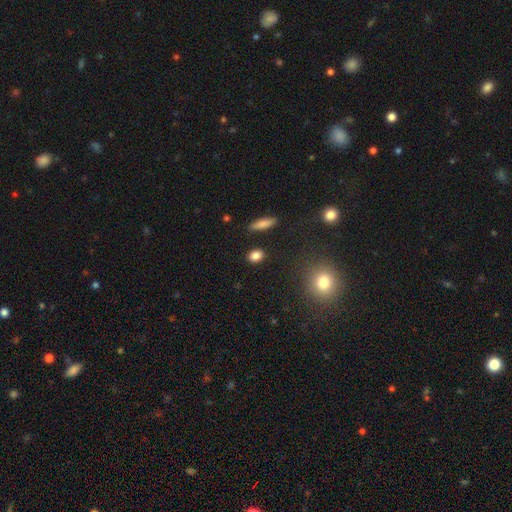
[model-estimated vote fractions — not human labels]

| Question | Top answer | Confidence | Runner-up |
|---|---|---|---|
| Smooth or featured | smooth | 85% | star or artifact (10%) |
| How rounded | in between | 66% | round (29%) |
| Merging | none | 87% | minor disturbance (8%) |